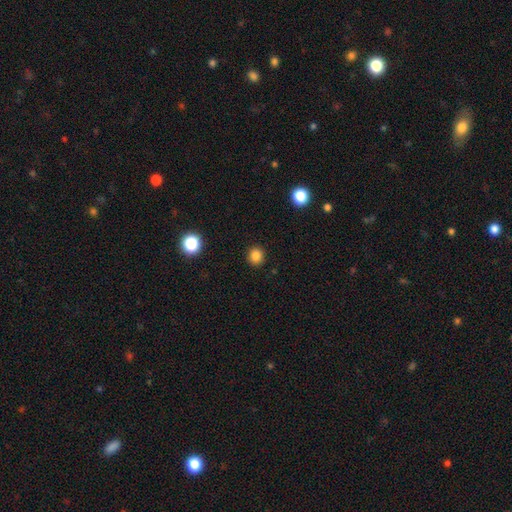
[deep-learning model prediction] Morphology: type=smooth (84%); roundness=round (87%); merging=none (91%).